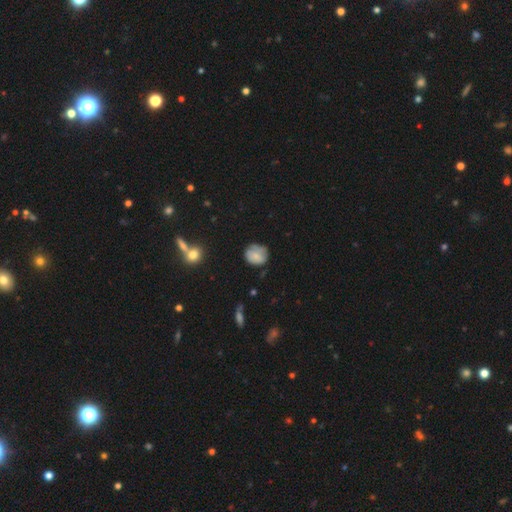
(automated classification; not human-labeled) Morphology: type=smooth (73%); roundness=round (67%); merging=none (57%).